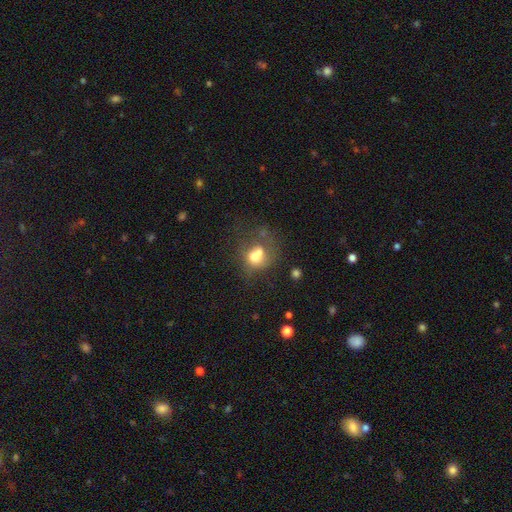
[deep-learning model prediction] smooth-or-featured: smooth: 61% | featured or disk: 26% | star or artifact: 12%
  how-rounded: round: 57% | in between: 42% | cigar-shaped: 1%
  merging: merger: 46% | none: 24% | major disturbance: 16% | minor disturbance: 14%